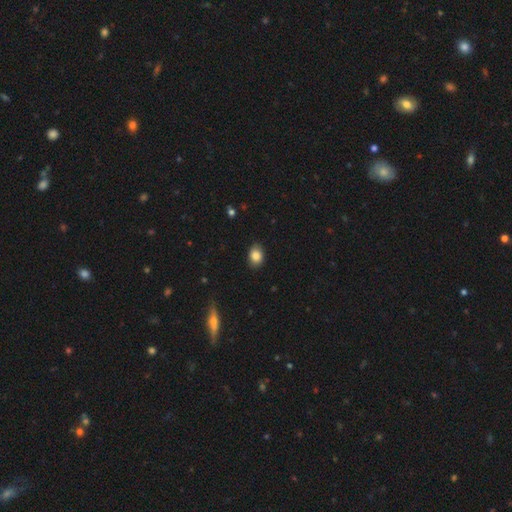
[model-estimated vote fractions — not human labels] Smooth or featured?
  - smooth: 85% *
  - star or artifact: 8%
  - featured or disk: 6%
How rounded?
  - in between: 74% *
  - round: 25%
  - cigar-shaped: 1%
Merging?
  - none: 84% *
  - minor disturbance: 12%
  - major disturbance: 2%
  - merger: 1%